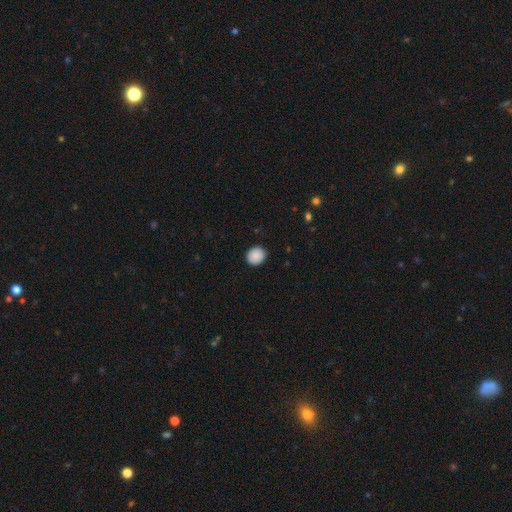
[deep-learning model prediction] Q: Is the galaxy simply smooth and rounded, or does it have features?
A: smooth — 89%.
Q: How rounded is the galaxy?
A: round — 76%.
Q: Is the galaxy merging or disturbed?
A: none — 90%.